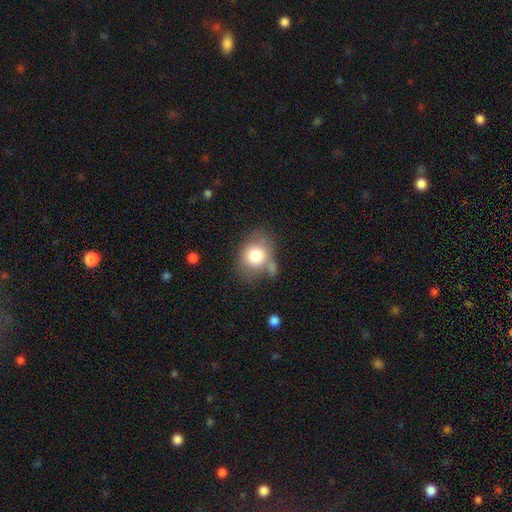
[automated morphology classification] Overall: smooth (77%). How rounded: round (57%; in between 42%). Merging: none (50%; minor disturbance 25%).